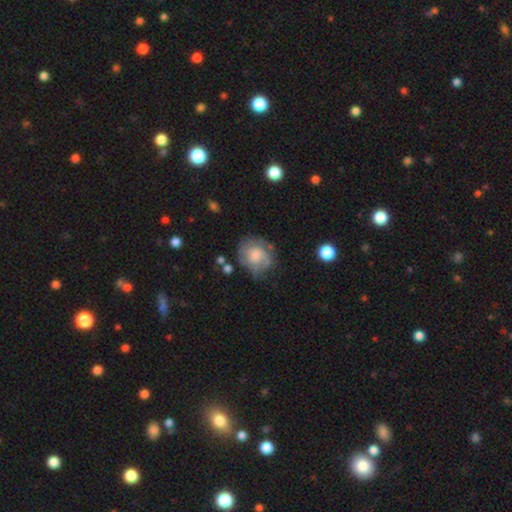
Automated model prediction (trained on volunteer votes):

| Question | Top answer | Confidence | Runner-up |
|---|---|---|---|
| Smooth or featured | featured or disk | 54% | smooth (38%) |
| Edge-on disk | no | 97% | yes (3%) |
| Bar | no | 73% | weak (24%) |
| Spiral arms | yes | 78% | no (22%) |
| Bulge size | moderate | 43% | small (24%) |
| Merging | none | 63% | minor disturbance (23%) |